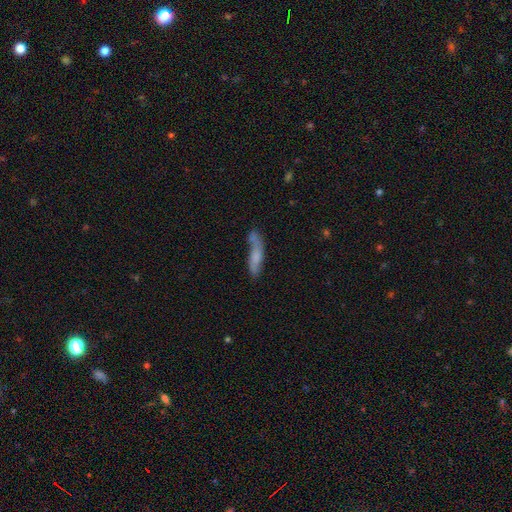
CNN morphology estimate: smooth 61%, featured or disk 30%, star or artifact 8%. Down the decision tree: how rounded — cigar-shaped (73%); merging — none (50%).